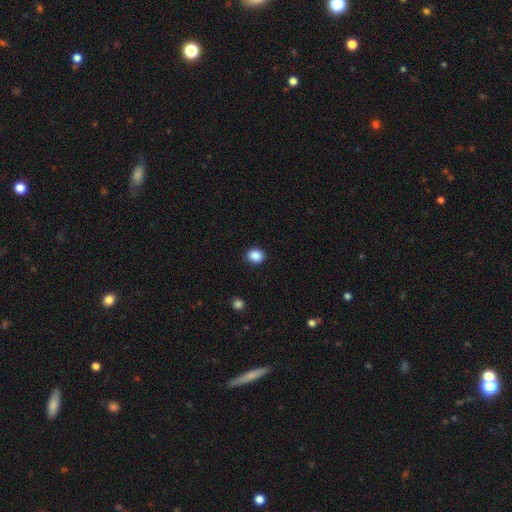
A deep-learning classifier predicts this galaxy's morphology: This is clearly a smooth galaxy (88%). How rounded: possibly round (57%). Merging: clearly none (90%).